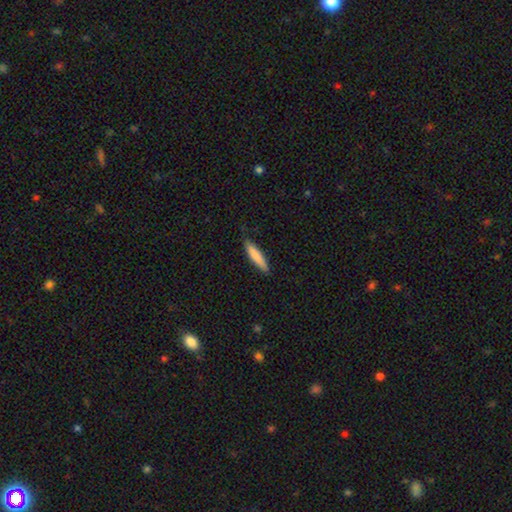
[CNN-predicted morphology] smooth 80%, featured or disk 15%, star or artifact 5%. Down the decision tree: how rounded — cigar-shaped (84%); merging — none (84%).